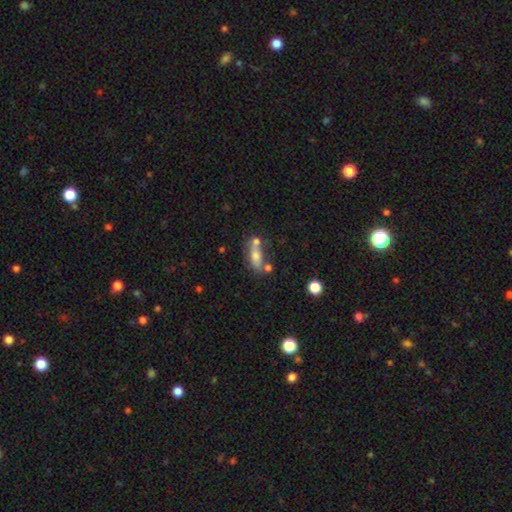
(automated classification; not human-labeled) smooth 62%, featured or disk 28%, star or artifact 11%. Down the decision tree: how rounded — in between (63%); merging — none (48%).